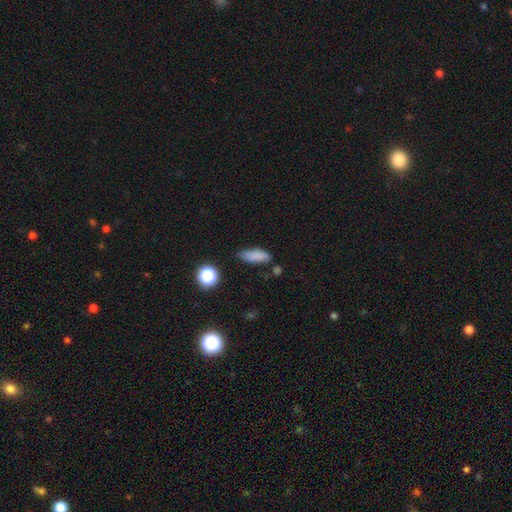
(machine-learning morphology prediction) This is clearly a smooth galaxy (81%). How rounded: likely in between (62%). Merging: likely none (65%).